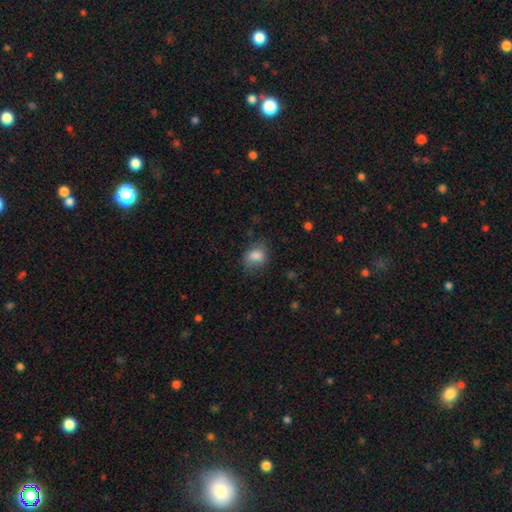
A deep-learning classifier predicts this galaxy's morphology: smooth-or-featured: smooth: 83% | star or artifact: 9% | featured or disk: 8%
  how-rounded: in between: 53% | round: 46% | cigar-shaped: 1%
  merging: none: 69% | minor disturbance: 22% | major disturbance: 8% | merger: 1%